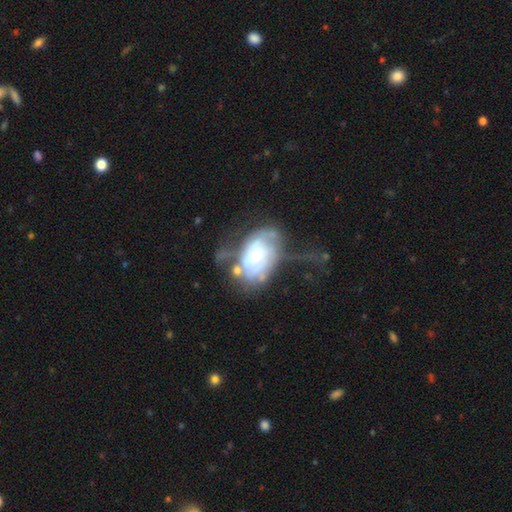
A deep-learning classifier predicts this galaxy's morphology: Smooth or featured: featured or disk — 66% (smooth — 26%)
Edge-on disk: no — 96% (yes — 4%)
Bar: no — 69% (weak — 25%)
Spiral arms: yes — 64% (no — 36%)
Bulge size: small — 52% (moderate — 30%)
Merging: major disturbance — 41% (none — 23%)